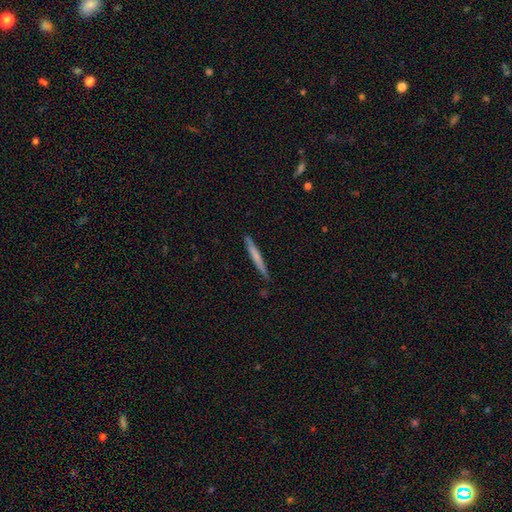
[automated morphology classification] smooth-or-featured: smooth: 59% | featured or disk: 36% | star or artifact: 5%
  how-rounded: cigar-shaped: 97% | in between: 2% | round: 1%
  merging: none: 89% | minor disturbance: 8% | major disturbance: 1% | merger: 1%